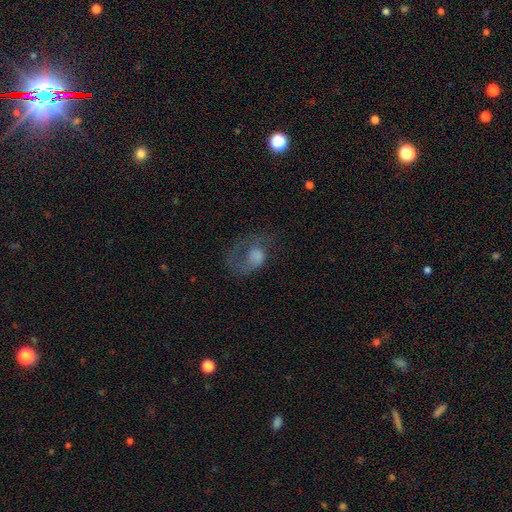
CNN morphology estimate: Smooth or featured? featured or disk (51%)
Edge-on disk? no (97%)
Merging? major disturbance (44%)